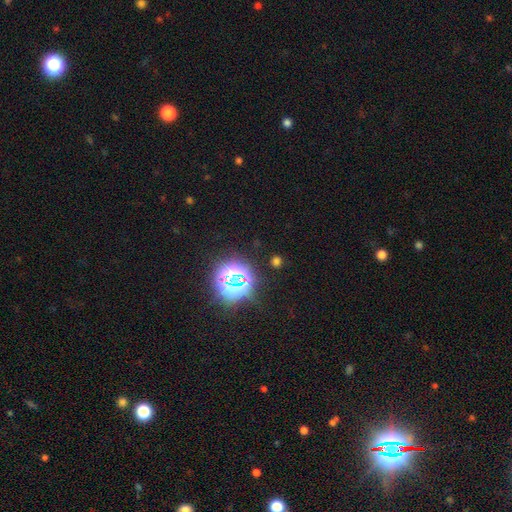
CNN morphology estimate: Q: Smooth or featured?
A: star or artifact (80%); runner-up: smooth (15%)